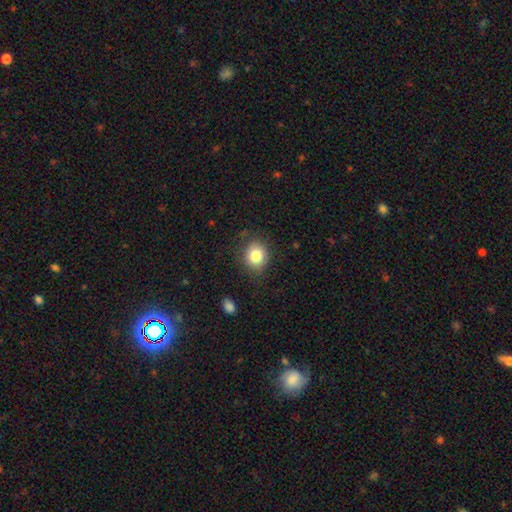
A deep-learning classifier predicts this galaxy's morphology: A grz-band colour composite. It shows a smooth galaxy with no disk features (82%) that is round (72%). Merging: none (82%).